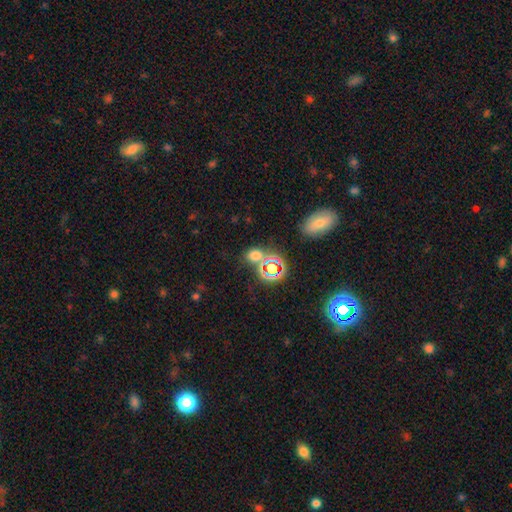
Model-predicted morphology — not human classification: smooth 59%, star or artifact 34%, featured or disk 7%. Down the decision tree: how rounded — round (52%); merging — none (65%).